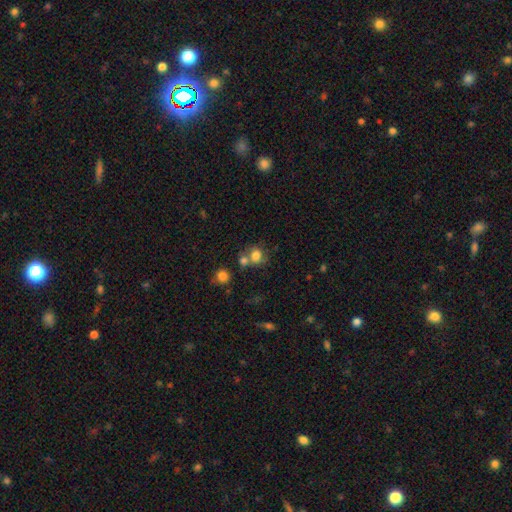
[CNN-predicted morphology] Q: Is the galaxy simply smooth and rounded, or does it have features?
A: smooth — 77%.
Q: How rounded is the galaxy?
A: round — 65%.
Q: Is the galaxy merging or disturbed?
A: none — 48%.